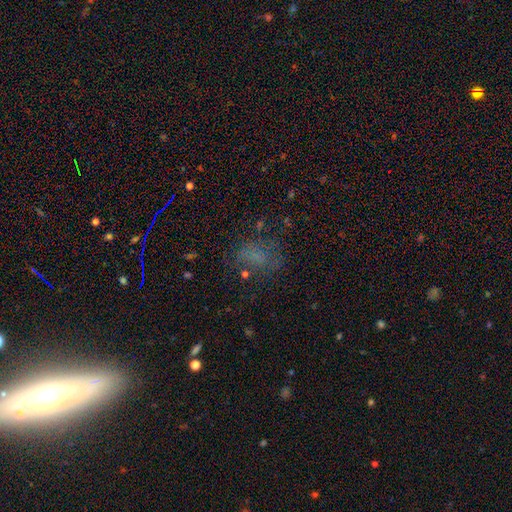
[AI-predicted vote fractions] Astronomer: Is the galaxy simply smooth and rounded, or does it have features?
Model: smooth — 51% (runner-up: star or artifact, 30%).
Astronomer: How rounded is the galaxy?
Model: in between — 71%.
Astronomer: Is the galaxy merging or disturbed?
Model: none — 56%.